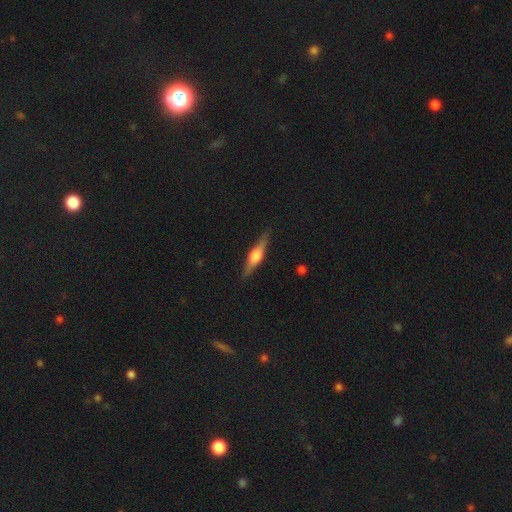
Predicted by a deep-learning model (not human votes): smooth-or-featured: featured or disk: 66% | smooth: 28% | star or artifact: 6%
  disk-edge-on: yes: 97% | no: 3%
    edge-on-bulge: rounded: 87% | boxy: 11% | none: 3%
  merging: none: 88% | minor disturbance: 9% | major disturbance: 2% | merger: 1%